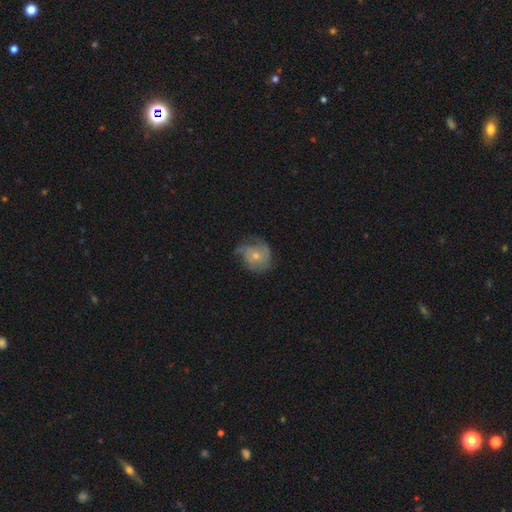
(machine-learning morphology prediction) The model was most divided on "smooth or featured": featured or disk: 53%, smooth: 38%, star or artifact: 9%. Remaining: edge-on disk — no (97%); bar — no (84%); spiral arms — yes (75%); bulge size — small (57%); merging — none (49%).